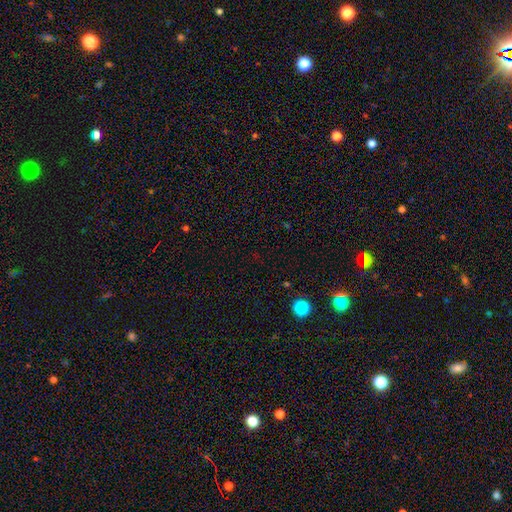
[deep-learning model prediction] Overall: star or artifact (63%; smooth 30%).